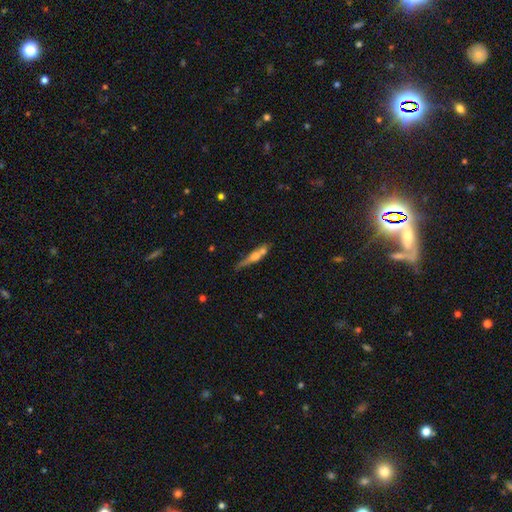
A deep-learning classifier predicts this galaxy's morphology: Smooth or featured? Predicted: featured or disk (p=0.56). Edge-on disk? Predicted: yes (p=0.91). Edge-on bulge? Predicted: rounded (p=0.79). Merging? Predicted: none (p=0.58).